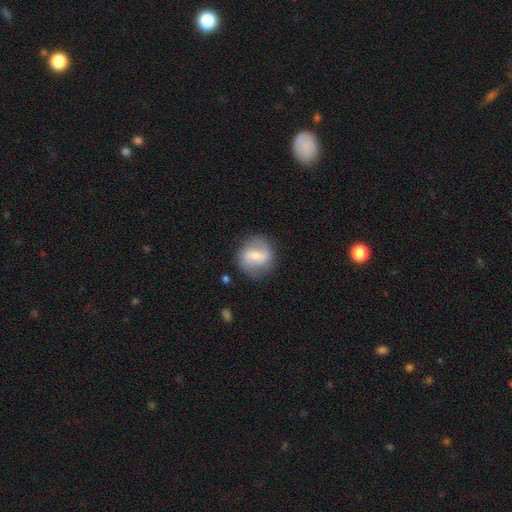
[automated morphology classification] type=smooth (48%); merging=none (77%).